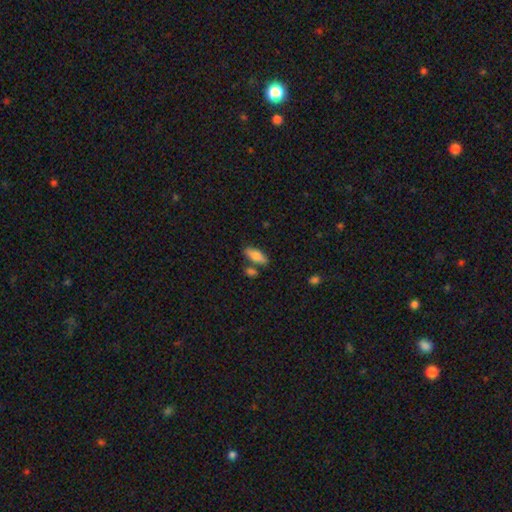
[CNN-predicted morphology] type=smooth (81%); roundness=in between (78%); merging=none (69%).